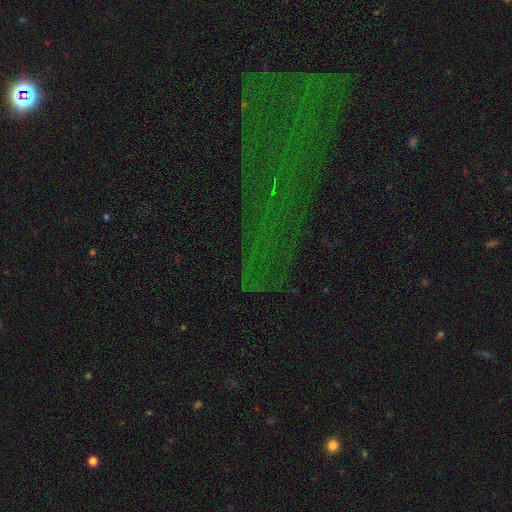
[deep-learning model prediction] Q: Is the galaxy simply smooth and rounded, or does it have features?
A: star or artifact — 75%.